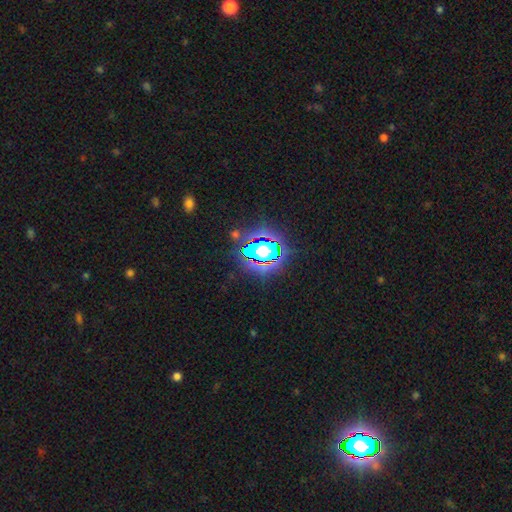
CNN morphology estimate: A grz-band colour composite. It shows a star or artifact, not a galaxy (61%).